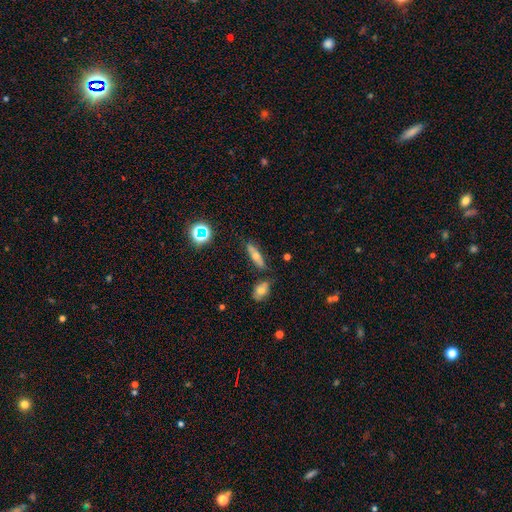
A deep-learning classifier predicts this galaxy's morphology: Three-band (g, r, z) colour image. It shows a smooth galaxy with no disk features (44%). Merging: none (76%).